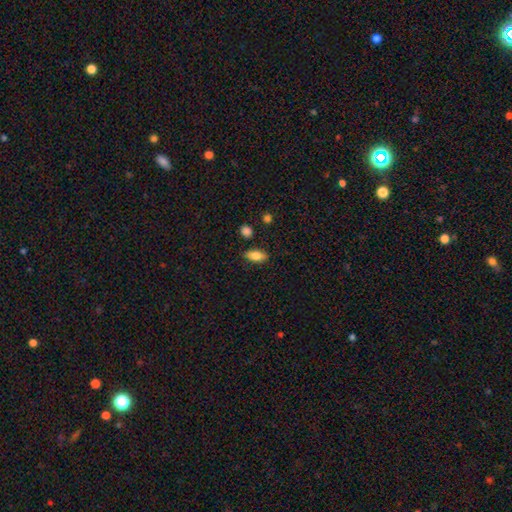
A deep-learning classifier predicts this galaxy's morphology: Smooth or featured: smooth — 81% (featured or disk — 11%)
How rounded: in between — 86% (cigar-shaped — 10%)
Merging: none — 83% (minor disturbance — 12%)